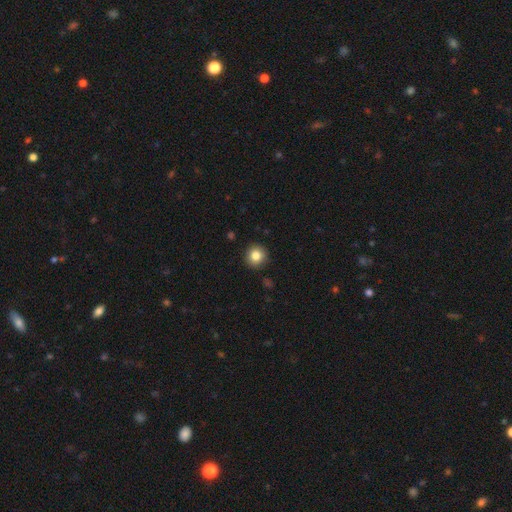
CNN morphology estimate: smooth-or-featured: smooth: 84% | star or artifact: 10% | featured or disk: 7%
  how-rounded: round: 94% | in between: 5% | cigar-shaped: 1%
  merging: none: 91% | minor disturbance: 6% | major disturbance: 2% | merger: 1%